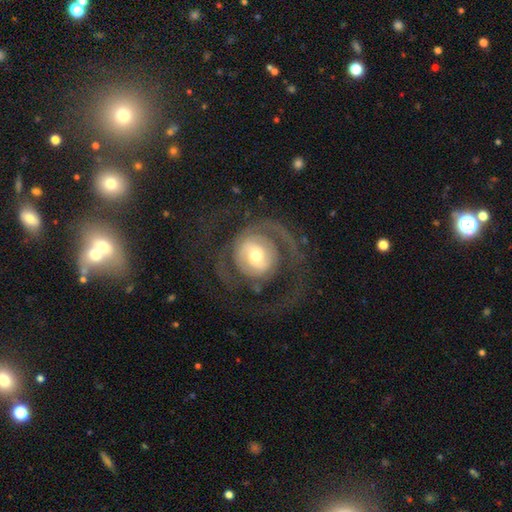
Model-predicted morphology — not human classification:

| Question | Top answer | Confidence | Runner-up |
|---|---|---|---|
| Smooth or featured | featured or disk | 75% | smooth (19%) |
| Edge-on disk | no | 97% | yes (3%) |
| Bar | no | 55% | weak (32%) |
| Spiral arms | yes | 80% | no (20%) |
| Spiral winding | medium | 38% | tight (35%) |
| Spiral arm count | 2 | 53% | 1 (24%) |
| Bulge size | moderate | 56% | small (30%) |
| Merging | none | 52% | major disturbance (34%) |